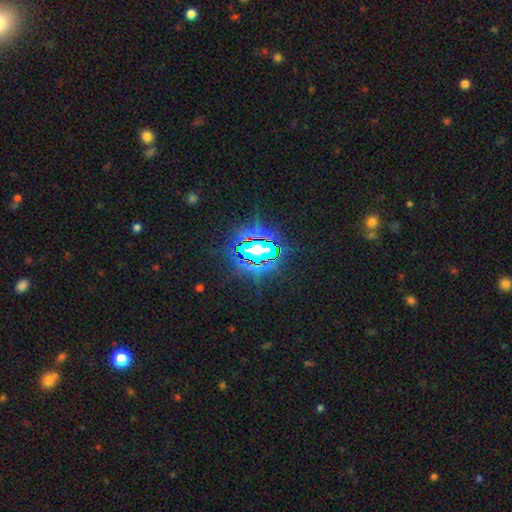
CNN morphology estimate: Q: Smooth or featured?
A: star or artifact (81%); runner-up: smooth (11%)